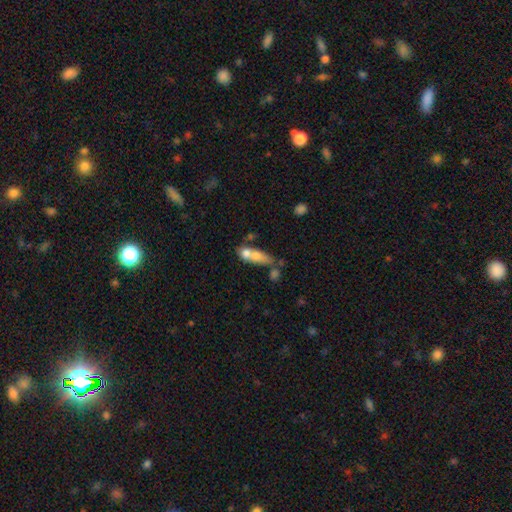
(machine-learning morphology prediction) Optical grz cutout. It shows a smooth galaxy with no disk features (65%) that is in between round and cigar-shaped (55%). Merging: merger (54%).